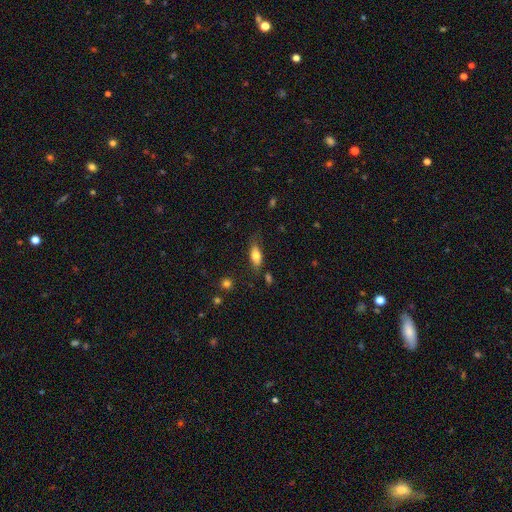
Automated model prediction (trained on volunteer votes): Smooth or featured? Predicted: smooth (p=0.75). How rounded? Predicted: in between (p=0.81). Merging? Predicted: none (p=0.68).